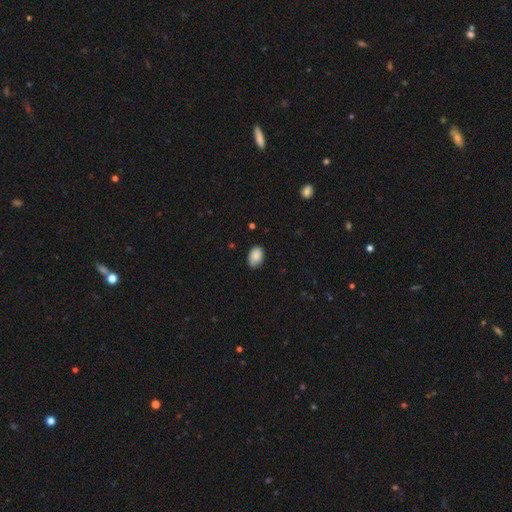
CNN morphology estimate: The model was most divided on "merging": none: 77%, minor disturbance: 19%, major disturbance: 3%, merger: 1%. More confident: smooth or featured — smooth (87%); how rounded — in between (84%).